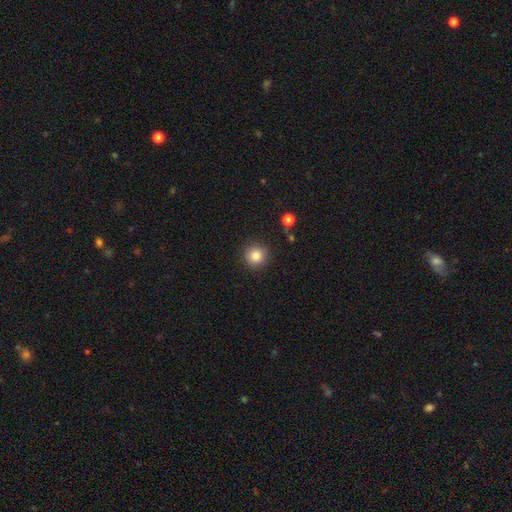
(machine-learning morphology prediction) Q: Smooth or featured?
A: smooth (84%); runner-up: star or artifact (11%)
Q: How rounded?
A: round (94%); runner-up: in between (6%)
Q: Merging?
A: none (89%); runner-up: minor disturbance (7%)